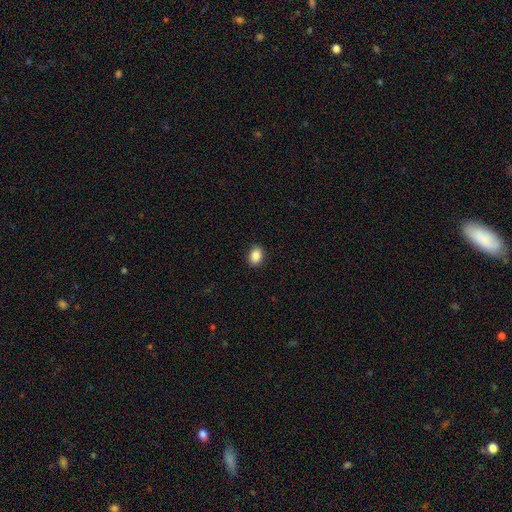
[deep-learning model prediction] The model was most divided on "how rounded": in between: 76%, round: 23%, cigar-shaped: 1%. More confident: merging — none (90%); smooth or featured — smooth (88%).